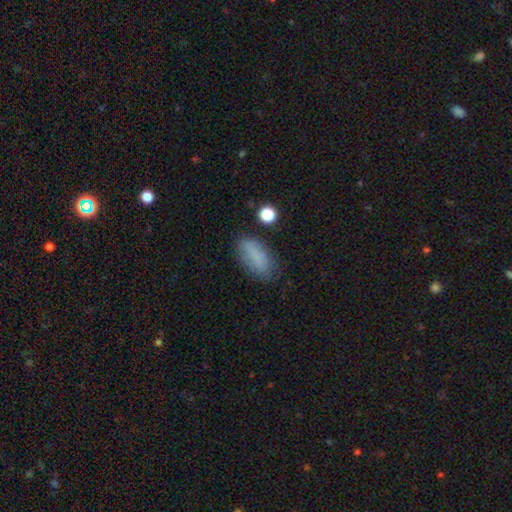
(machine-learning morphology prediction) Smooth or featured? Predicted: smooth (p=0.79). How rounded? Predicted: in between (p=0.81). Merging? Predicted: none (p=0.71).